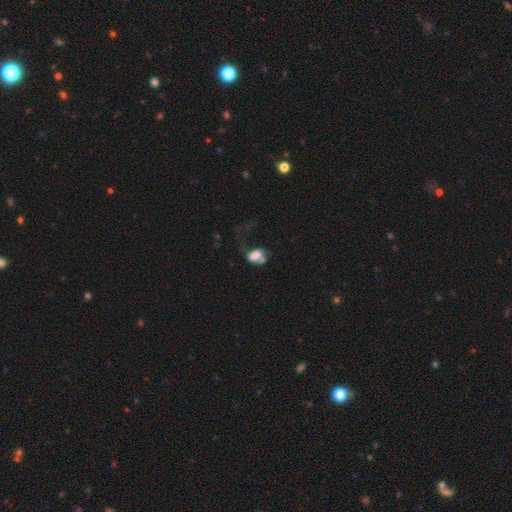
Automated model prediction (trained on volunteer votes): Overall: smooth (62%; featured or disk 25%). How rounded: in between (80%). Merging: major disturbance (39%; merger 29%).